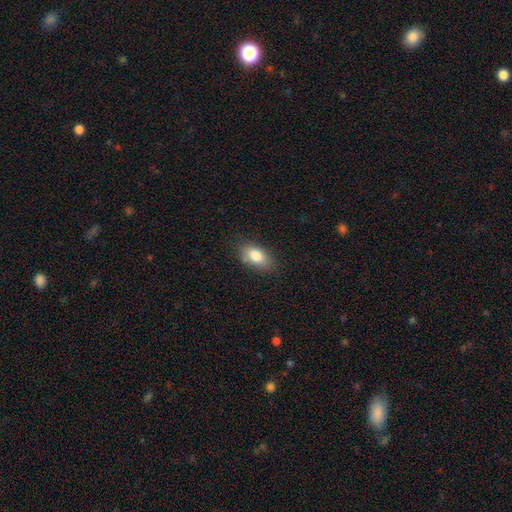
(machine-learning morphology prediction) Smooth or featured? Predicted: smooth (p=0.82). How rounded? Predicted: in between (p=0.90). Merging? Predicted: none (p=0.80).